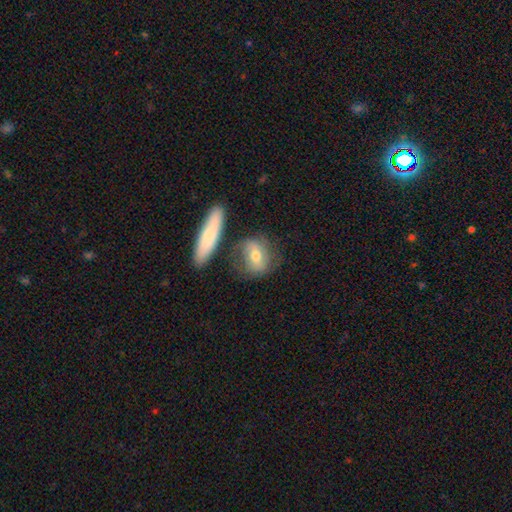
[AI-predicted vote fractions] This is possibly a smooth galaxy (57%). How rounded: possibly in between (54%). Merging: likely none (67%).